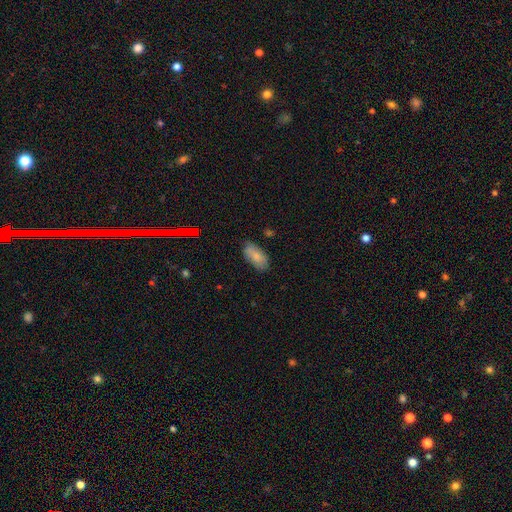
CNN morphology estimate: Smooth or featured? Predicted: smooth (p=0.81). How rounded? Predicted: in between (p=0.92). Merging? Predicted: none (p=0.79).